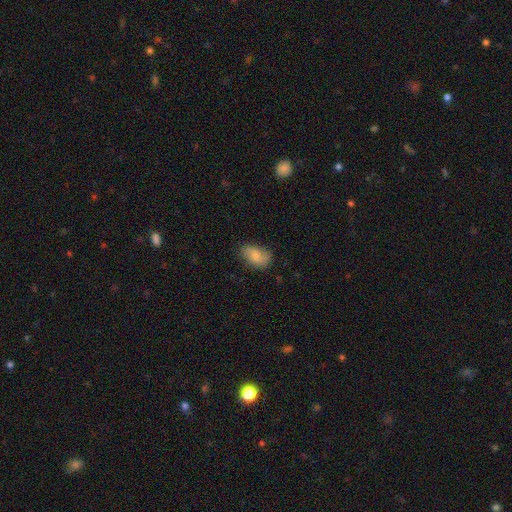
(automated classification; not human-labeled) Smooth or featured: smooth — 75% (featured or disk — 18%)
How rounded: in between — 89% (round — 9%)
Merging: none — 70% (minor disturbance — 23%)